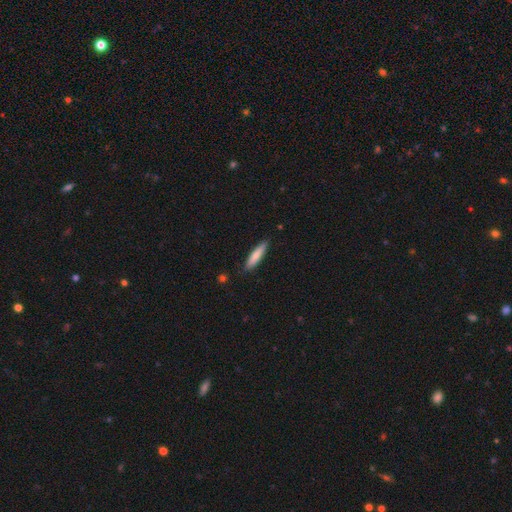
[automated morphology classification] Q: Smooth or featured?
A: smooth (79%); runner-up: featured or disk (15%)
Q: How rounded?
A: cigar-shaped (84%); runner-up: in between (15%)
Q: Merging?
A: none (88%); runner-up: minor disturbance (9%)